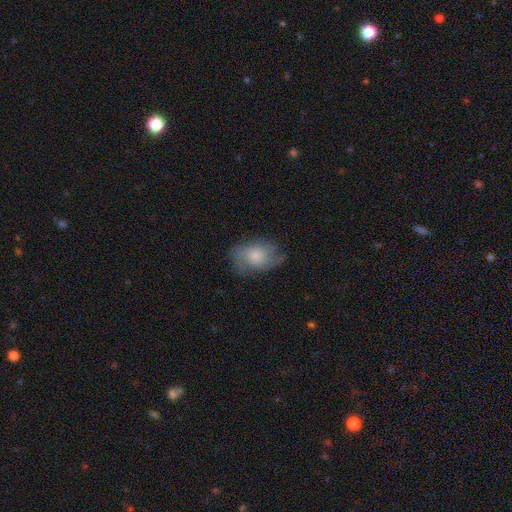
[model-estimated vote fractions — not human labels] Q: Smooth or featured?
A: smooth (49%); runner-up: featured or disk (43%)
Q: Merging?
A: none (66%); runner-up: minor disturbance (23%)